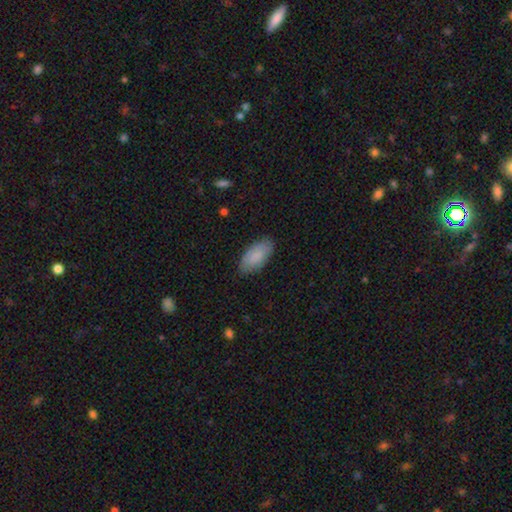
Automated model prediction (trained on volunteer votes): smooth_or_featured: smooth (p=0.87) [alt: featured or disk p=0.08]
how_rounded: in between (p=0.92) [alt: cigar-shaped p=0.06]
merging: none (p=0.84) [alt: minor disturbance p=0.13]